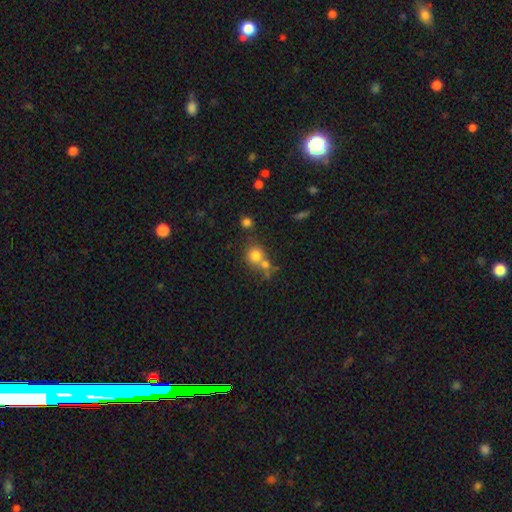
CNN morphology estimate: This is likely a smooth galaxy (75%). How rounded: clearly round (84%). Merging: possibly none (45%).